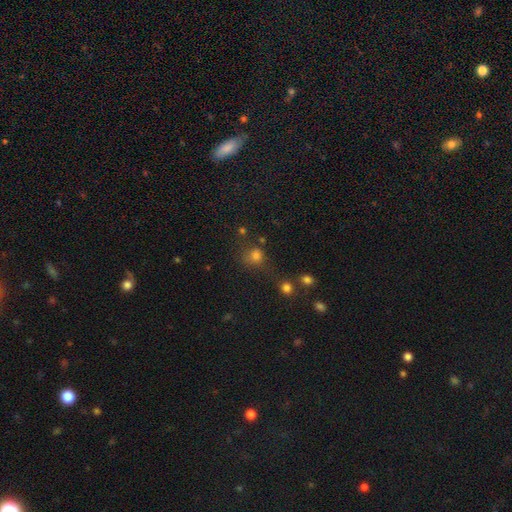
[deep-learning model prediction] This appears to be a smooth galaxy with no disk features (75%) that is round (80%). Merging: none (51%).